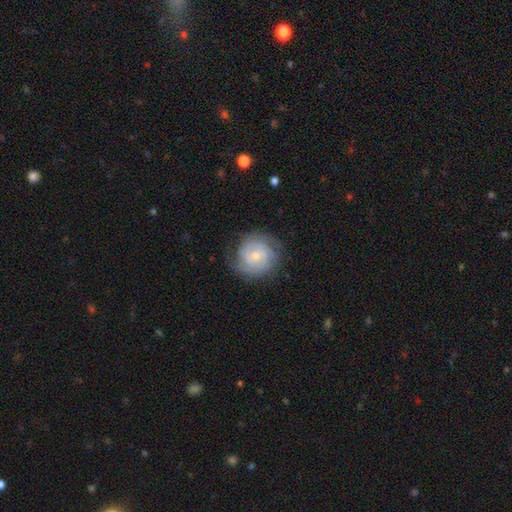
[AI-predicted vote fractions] featured or disk 72%, smooth 22%, star or artifact 6%. Down the decision tree: edge-on disk — no (98%); bar — no (69%); spiral arms — yes (90%); spiral arm count — can't tell (36%); spiral winding — tight (68%); bulge size — small (58%); merging — none (73%).